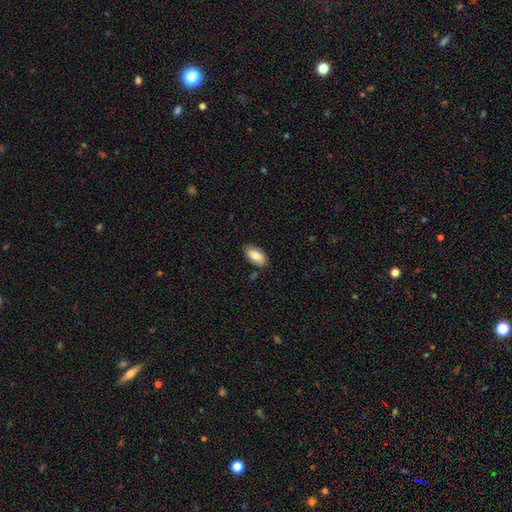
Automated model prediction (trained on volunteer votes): Smooth or featured? Predicted: smooth (p=0.83). How rounded? Predicted: in between (p=0.93). Merging? Predicted: none (p=0.80).